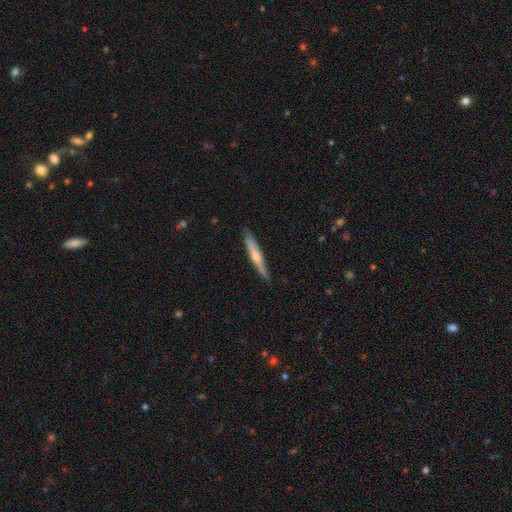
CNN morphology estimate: smooth_or_featured: smooth (p=0.49) [alt: featured or disk p=0.45]
merging: none (p=0.85) [alt: minor disturbance p=0.12]